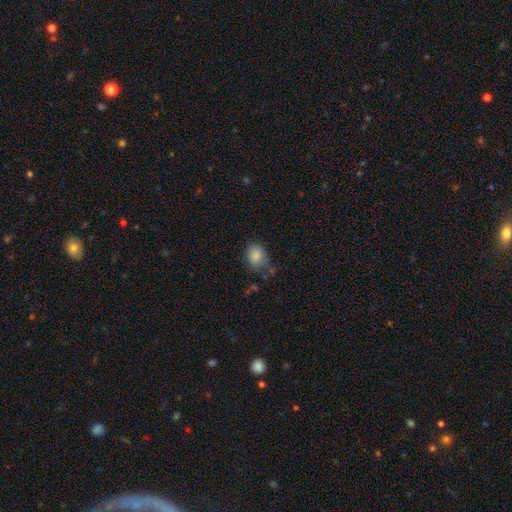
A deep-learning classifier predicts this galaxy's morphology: smooth 86%, star or artifact 9%, featured or disk 5%. Down the decision tree: how rounded — in between (56%); merging — none (64%).